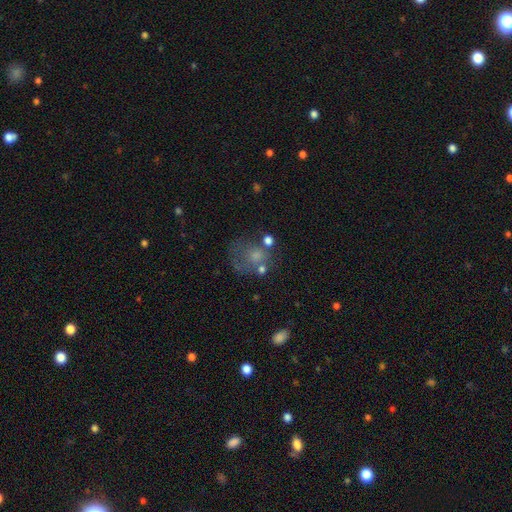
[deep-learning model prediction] smooth 42%, featured or disk 35%, star or artifact 23%. Down the decision tree: merging — none (45%).